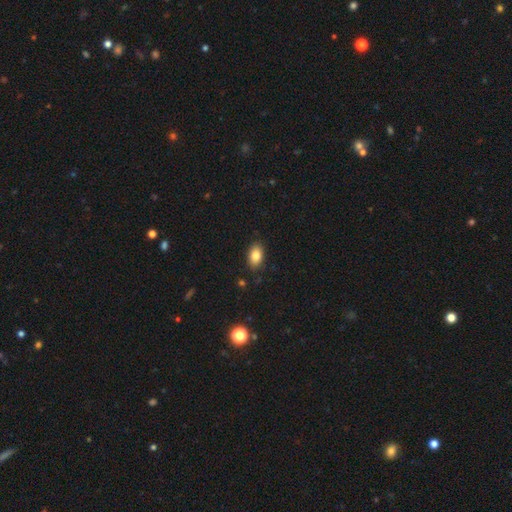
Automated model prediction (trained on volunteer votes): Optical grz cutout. It shows a smooth galaxy with no disk features (84%) that is in between round and cigar-shaped (89%). Merging: none (86%).